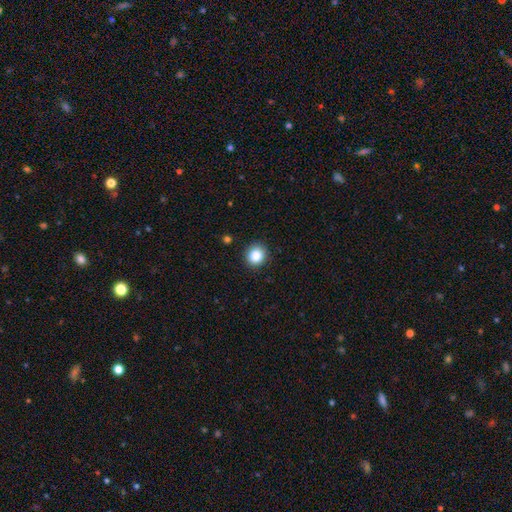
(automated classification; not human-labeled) This appears to be a smooth galaxy with no disk features (85%) that is round (86%). Merging: none (90%).